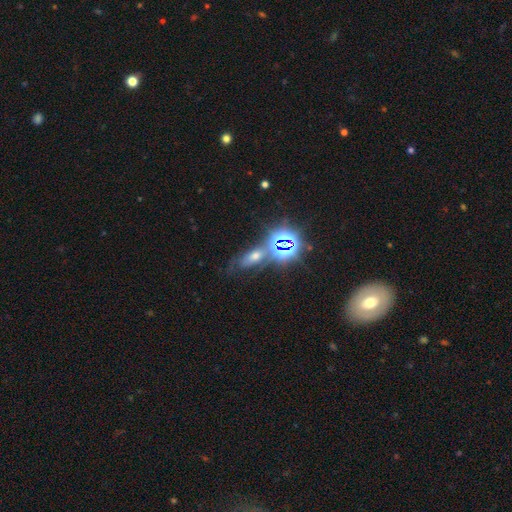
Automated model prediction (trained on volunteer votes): Smooth or featured? Predicted: star or artifact (p=0.55).